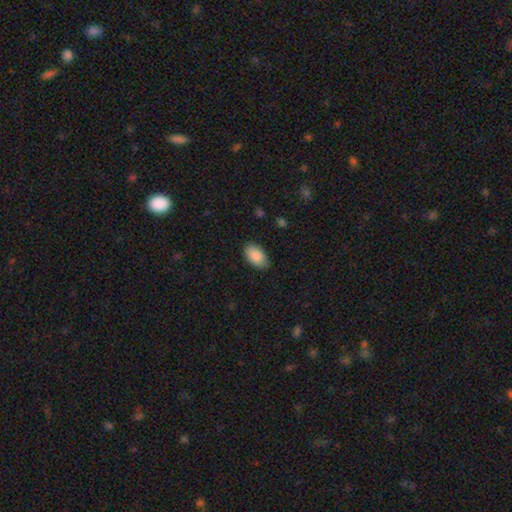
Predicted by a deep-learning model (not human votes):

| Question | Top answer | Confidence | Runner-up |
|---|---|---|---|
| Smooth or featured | smooth | 89% | star or artifact (6%) |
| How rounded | in between | 94% | round (4%) |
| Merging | none | 84% | minor disturbance (12%) |